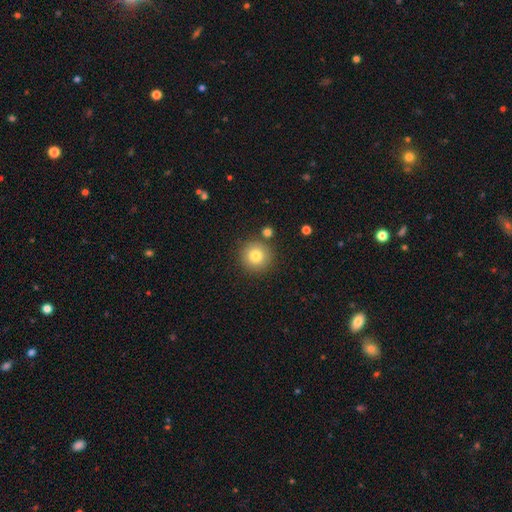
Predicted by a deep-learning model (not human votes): smooth-or-featured: smooth: 80% | star or artifact: 11% | featured or disk: 9%
  how-rounded: round: 95% | in between: 4% | cigar-shaped: 1%
  merging: none: 84% | minor disturbance: 7% | merger: 6% | major disturbance: 2%